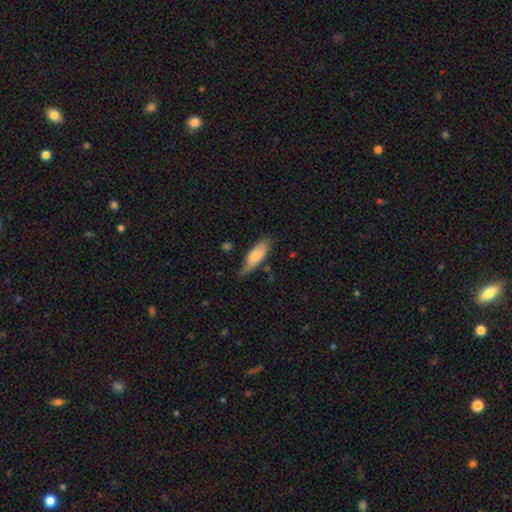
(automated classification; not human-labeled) Morphology: type=smooth (73%); roundness=in between (67%); merging=none (57%).